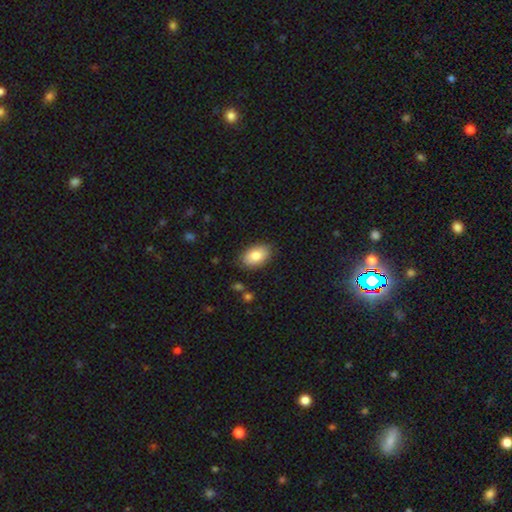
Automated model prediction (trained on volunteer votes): A smooth galaxy with no disk features (83%) that is in between round and cigar-shaped (91%).

Vote fractions:
- Smooth or featured? smooth: 83% / featured or disk: 10% / star or artifact: 7%
- How rounded? in between: 91% / round: 7% / cigar-shaped: 1%
- Merging? none: 85% / minor disturbance: 11% / major disturbance: 2% / merger: 1%